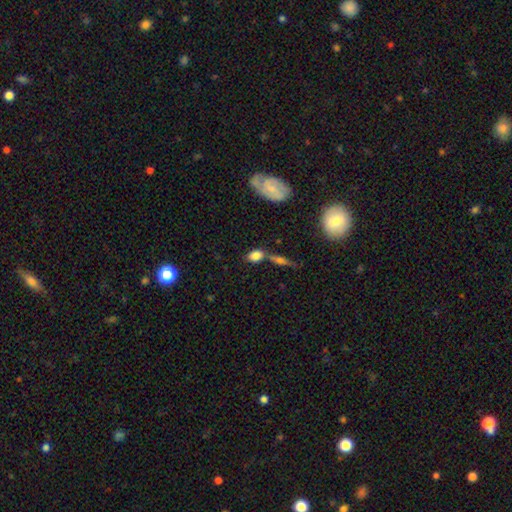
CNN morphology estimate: The model was most divided on "merging": none: 53%, merger: 26%, minor disturbance: 15%, major disturbance: 6%. More confident: how rounded — in between (76%); smooth or featured — smooth (76%).